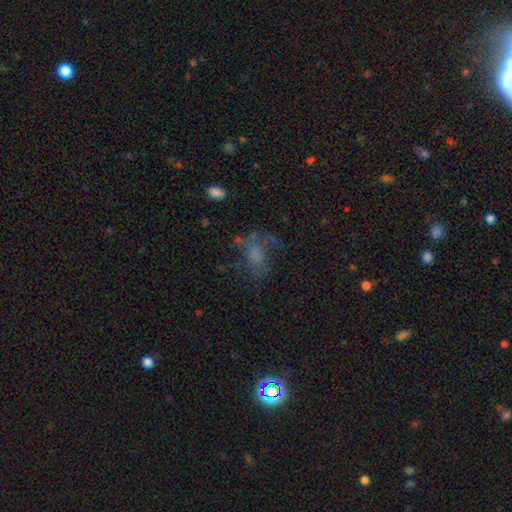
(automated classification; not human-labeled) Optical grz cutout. It shows a smooth galaxy with no disk features (46%). Merging: major disturbance (40%).